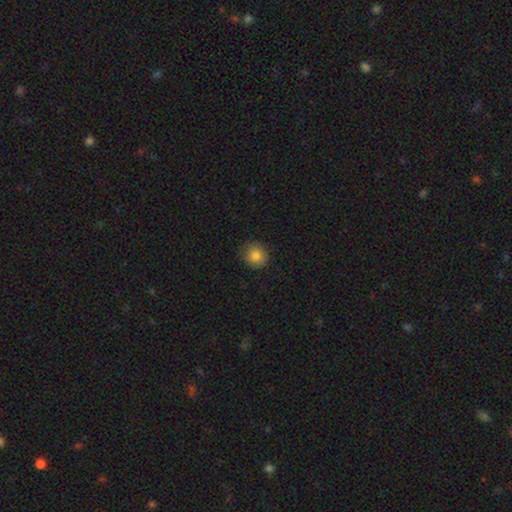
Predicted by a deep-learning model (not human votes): Overall: smooth (82%). How rounded: round (83%). Merging: none (86%).